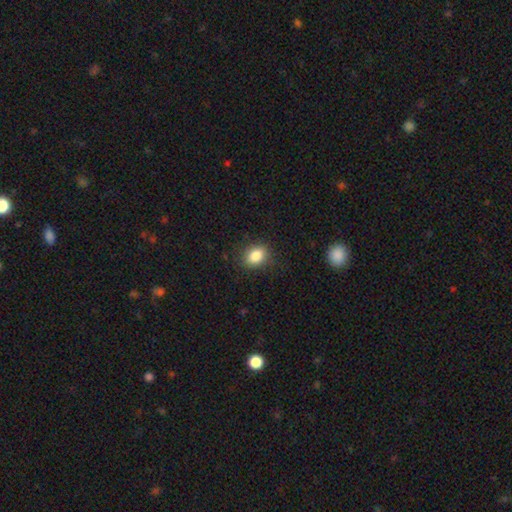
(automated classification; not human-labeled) Smooth or featured?
  - smooth: 85% *
  - star or artifact: 9%
  - featured or disk: 5%
How rounded?
  - in between: 62% *
  - round: 37%
  - cigar-shaped: 1%
Merging?
  - none: 85% *
  - minor disturbance: 11%
  - major disturbance: 3%
  - merger: 1%